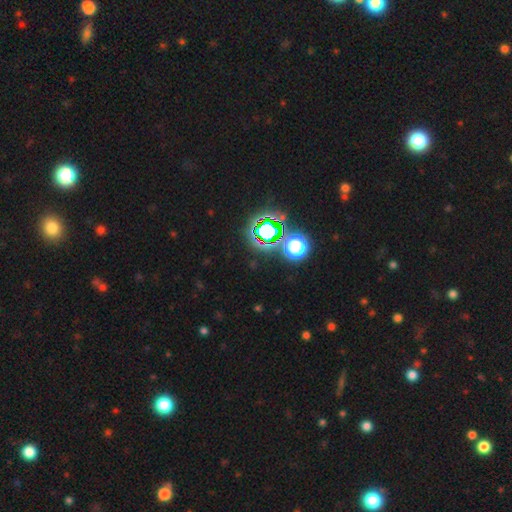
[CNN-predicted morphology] Smooth or featured? Predicted: star or artifact (p=0.78).